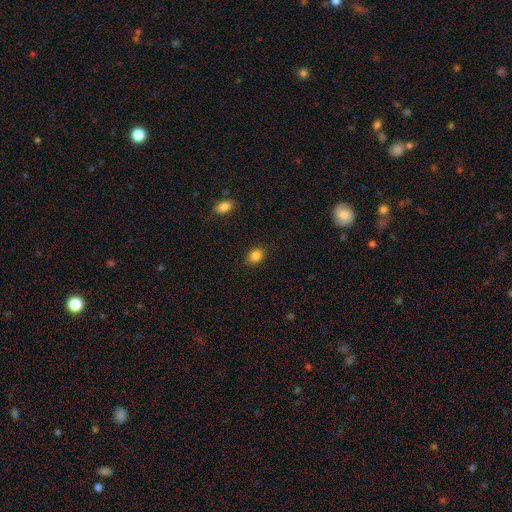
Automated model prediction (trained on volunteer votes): Morphology: type=smooth (85%); roundness=in between (52%); merging=none (85%).